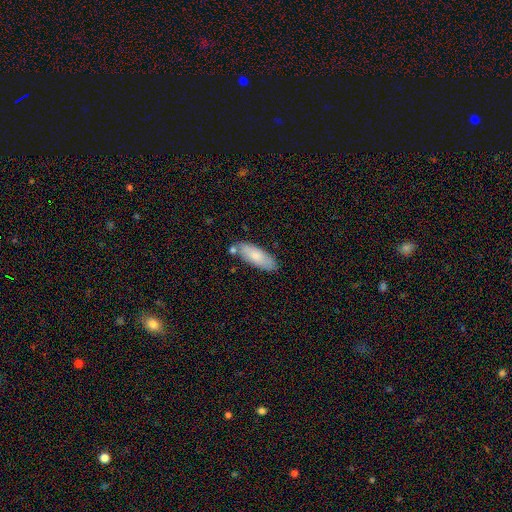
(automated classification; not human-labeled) A smooth galaxy with no disk features (77%) that is in between round and cigar-shaped (68%). Merging: none (75%).